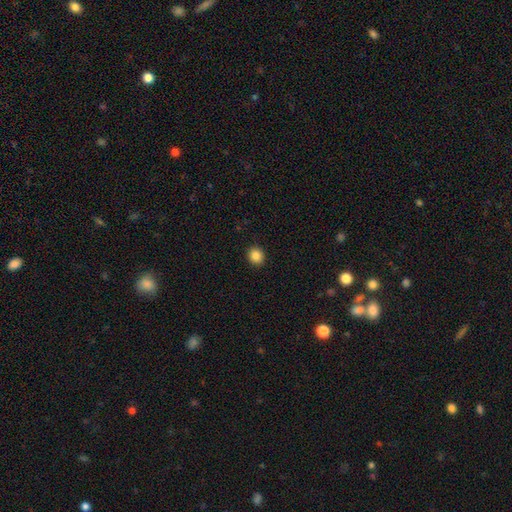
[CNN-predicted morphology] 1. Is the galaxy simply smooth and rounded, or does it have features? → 85% smooth, 11% star or artifact, 5% featured or disk.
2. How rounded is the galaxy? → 84% round, 15% in between, 1% cigar-shaped.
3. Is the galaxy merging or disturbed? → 92% none, 5% minor disturbance, 2% major disturbance, 1% merger.